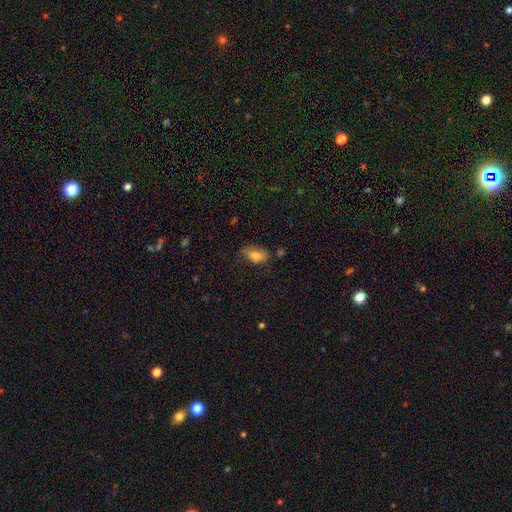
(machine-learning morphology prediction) Q: Smooth or featured?
A: smooth (78%); runner-up: featured or disk (13%)
Q: How rounded?
A: in between (87%); runner-up: round (8%)
Q: Merging?
A: none (56%); runner-up: minor disturbance (31%)